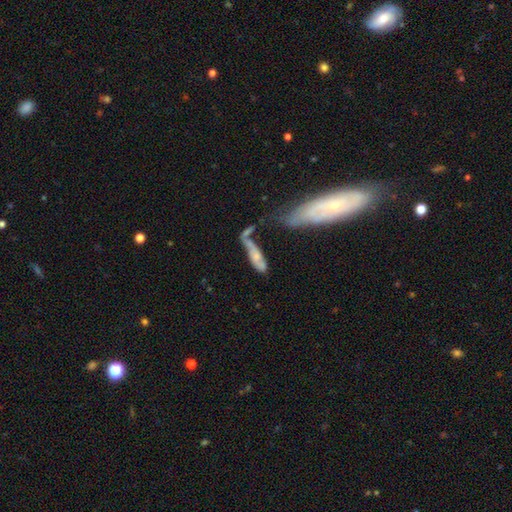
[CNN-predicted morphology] Smooth or featured? Predicted: featured or disk (p=0.51). Edge-on disk? Predicted: no (p=0.70). Merging? Predicted: merger (p=0.31).